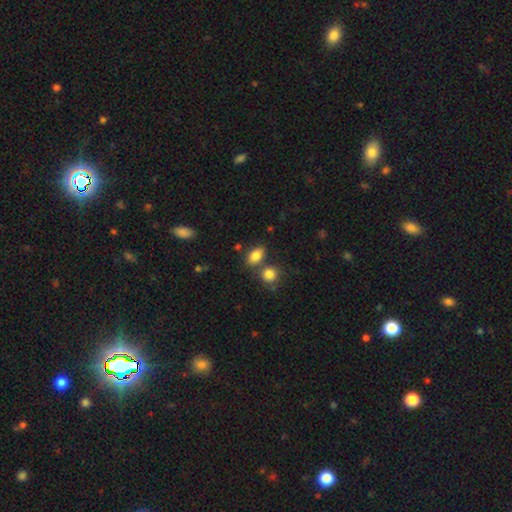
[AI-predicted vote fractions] Smooth or featured: smooth — 83% (star or artifact — 9%)
How rounded: in between — 85% (round — 12%)
Merging: none — 66% (merger — 19%)